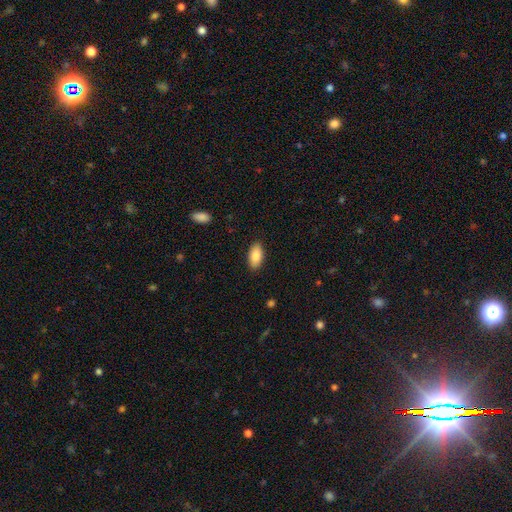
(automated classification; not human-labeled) Smooth or featured: smooth — 85% (featured or disk — 8%)
How rounded: in between — 93% (cigar-shaped — 5%)
Merging: none — 88% (minor disturbance — 9%)